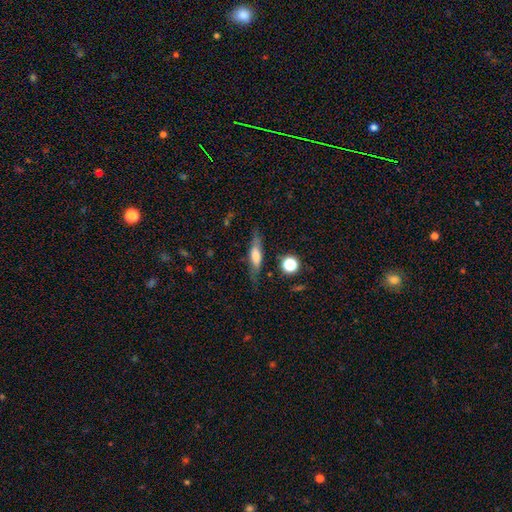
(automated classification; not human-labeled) This appears to be a smooth galaxy with no disk features (51%) that is cigar-shaped (65%). Merging: none (75%).